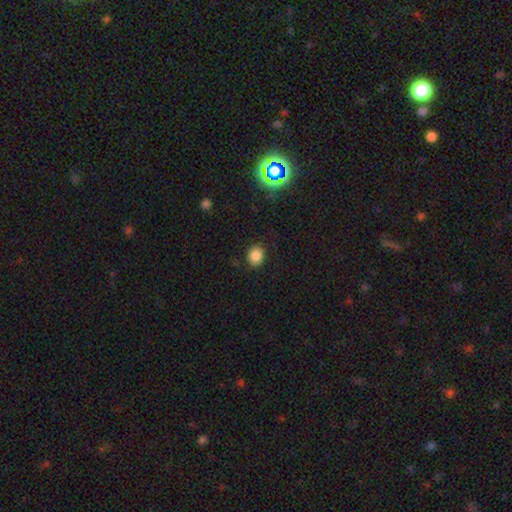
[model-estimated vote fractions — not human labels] This appears to be a smooth galaxy with no disk features (84%) that is round (59%). Merging: none (84%).